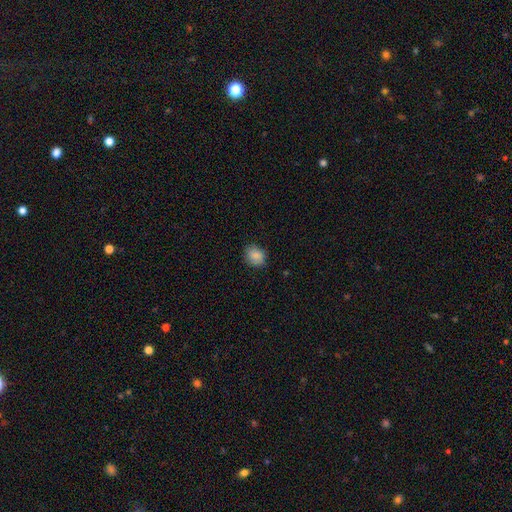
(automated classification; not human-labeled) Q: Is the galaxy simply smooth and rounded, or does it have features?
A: smooth — 85%.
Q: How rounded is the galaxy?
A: round — 57%.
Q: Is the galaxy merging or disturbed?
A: none — 79%.